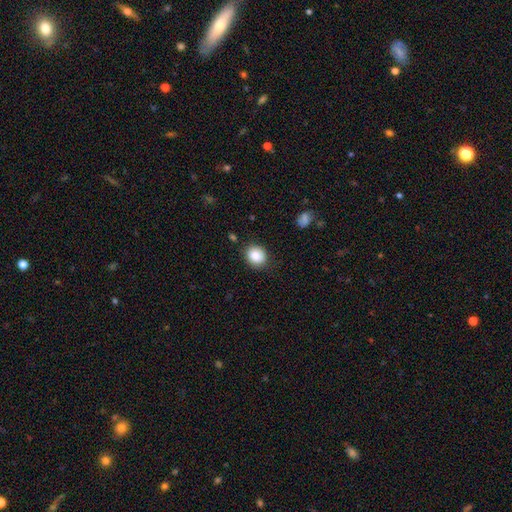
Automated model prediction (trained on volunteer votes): A smooth galaxy with no disk features (86%) that is round (68%). Merging: none (85%).